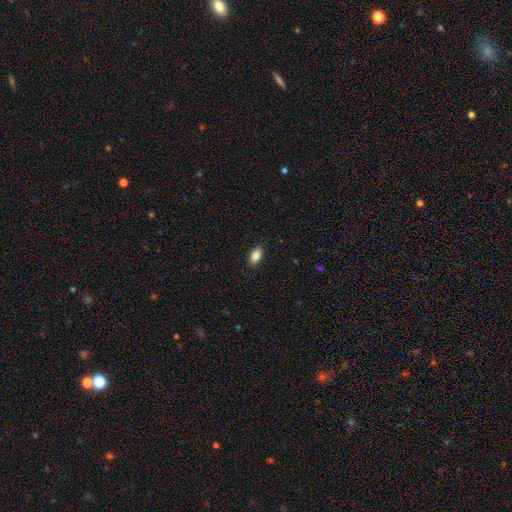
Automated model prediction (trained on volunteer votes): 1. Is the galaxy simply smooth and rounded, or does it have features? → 87% smooth, 7% star or artifact, 5% featured or disk.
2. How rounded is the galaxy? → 92% in between, 4% round, 4% cigar-shaped.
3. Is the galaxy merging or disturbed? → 89% none, 8% minor disturbance, 2% major disturbance, 1% merger.